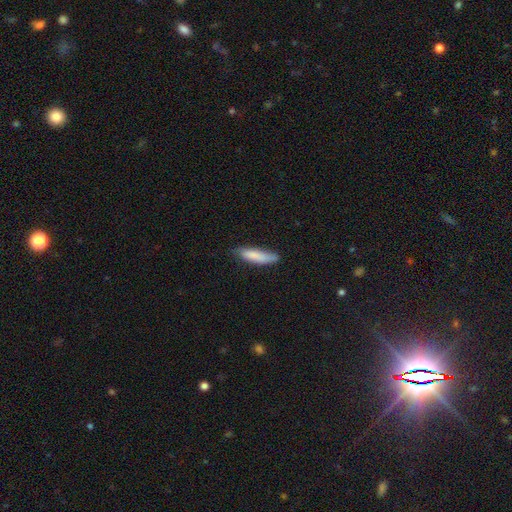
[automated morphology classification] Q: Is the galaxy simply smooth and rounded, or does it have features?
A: smooth — 83%.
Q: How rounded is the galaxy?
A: cigar-shaped — 71%.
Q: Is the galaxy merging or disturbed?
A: none — 67%.